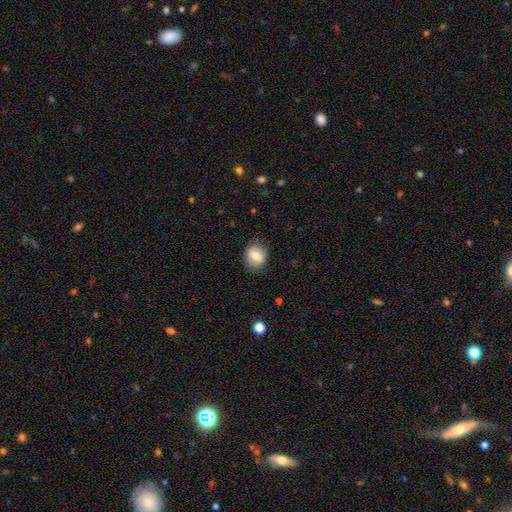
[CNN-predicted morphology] Smooth or featured? Predicted: smooth (p=0.69). How rounded? Predicted: round (p=0.62). Merging? Predicted: none (p=0.82).